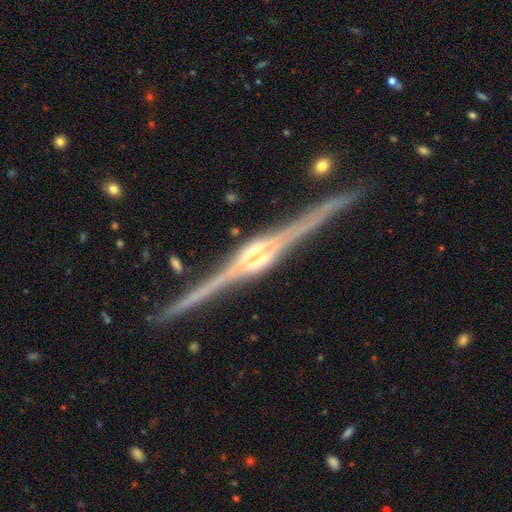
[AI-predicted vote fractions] Smooth or featured? featured or disk (90%)
Edge-on disk? yes (98%)
Edge-on bulge? rounded (72%)
Merging? none (86%)